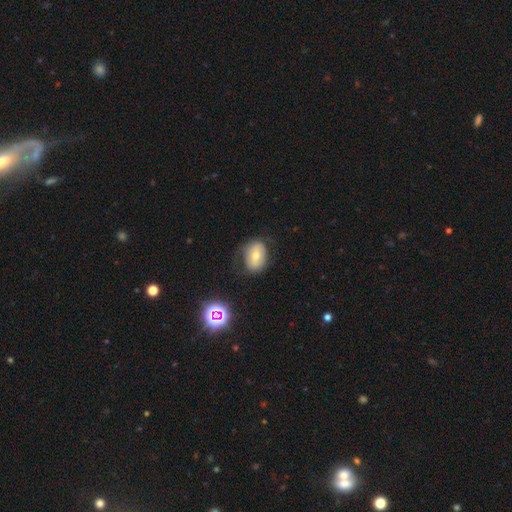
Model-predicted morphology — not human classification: smooth-or-featured: smooth: 56% | featured or disk: 32% | star or artifact: 12%
  how-rounded: in between: 67% | round: 31% | cigar-shaped: 1%
  merging: none: 62% | minor disturbance: 24% | major disturbance: 12% | merger: 2%